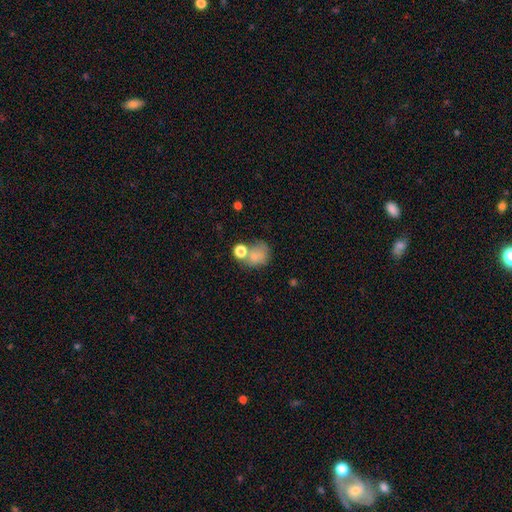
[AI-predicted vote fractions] Overall: smooth (73%). How rounded: round (59%; in between 40%). Merging: none (35%; merger 32%).